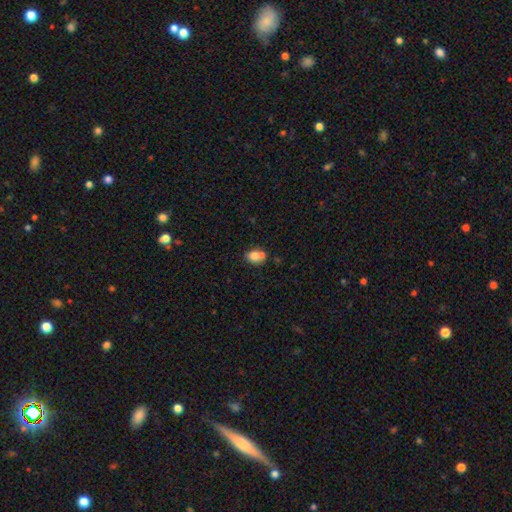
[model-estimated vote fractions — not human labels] Smooth or featured: smooth — 77% (featured or disk — 13%)
How rounded: in between — 56% (round — 43%)
Merging: none — 44% (merger — 40%)